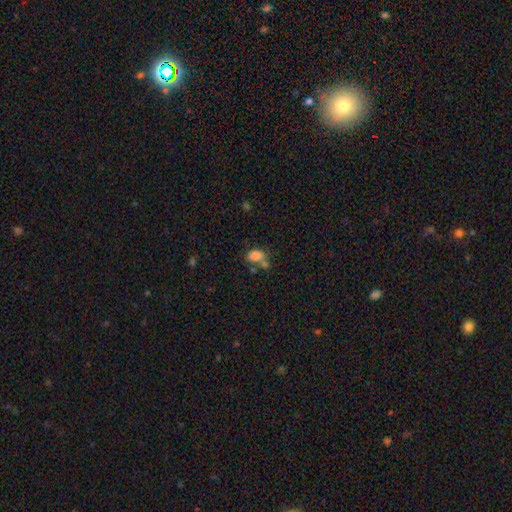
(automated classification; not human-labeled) Morphology: type=smooth (80%); roundness=in between (83%); merging=none (41%).